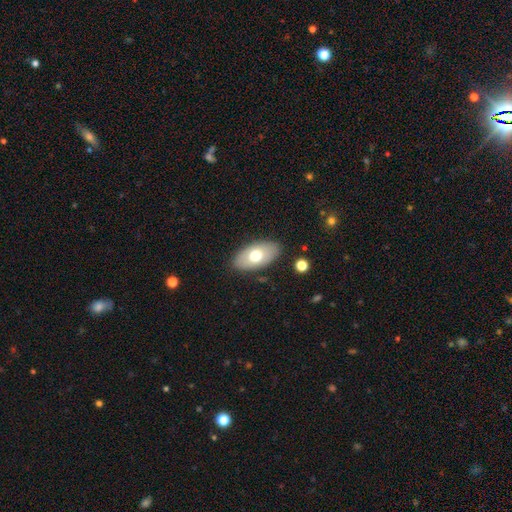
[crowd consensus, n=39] Smooth or featured? smooth (62%)
How rounded? in between (88%)
Merging? none (89%)